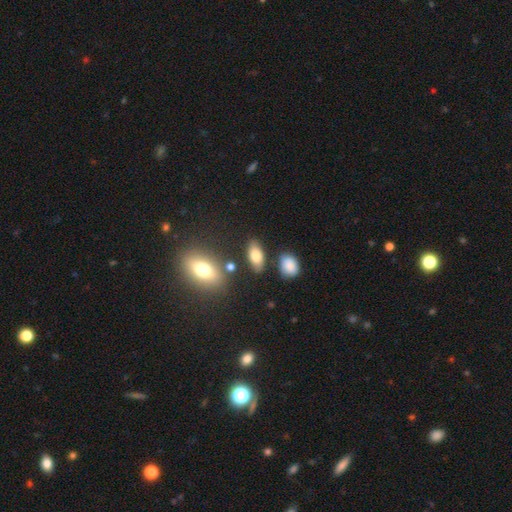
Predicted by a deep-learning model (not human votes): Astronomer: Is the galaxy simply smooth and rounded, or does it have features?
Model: smooth — 76%.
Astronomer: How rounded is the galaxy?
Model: in between — 87%.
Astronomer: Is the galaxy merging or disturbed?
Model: none — 79%.